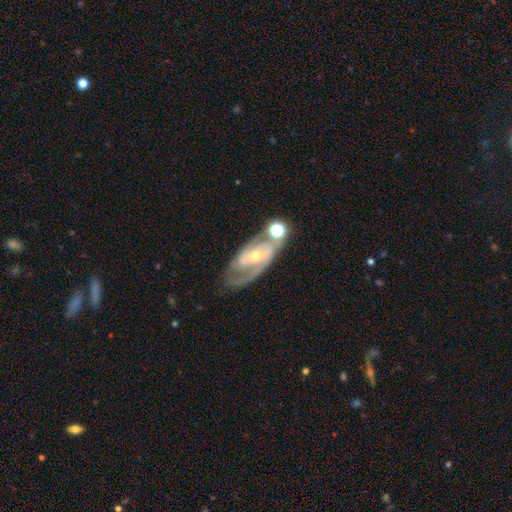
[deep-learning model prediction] smooth-or-featured: featured or disk: 83% | smooth: 10% | star or artifact: 7%
  disk-edge-on: no: 94% | yes: 6%
    bar: no: 46% | weak: 36% | strong: 18%
    has-spiral-arms: yes: 92% | no: 8%
      spiral-winding: medium: 47% | tight: 38% | loose: 14%
      spiral-arm-count: 2: 71% | can't tell: 14% | 3: 6% | 1: 5% | 4: 2% | more than 4: 2%
    bulge-size: small: 61% | moderate: 35% | large: 2% | none: 1% | dominant: 1%
  merging: none: 58% | minor disturbance: 19% | merger: 13% | major disturbance: 10%